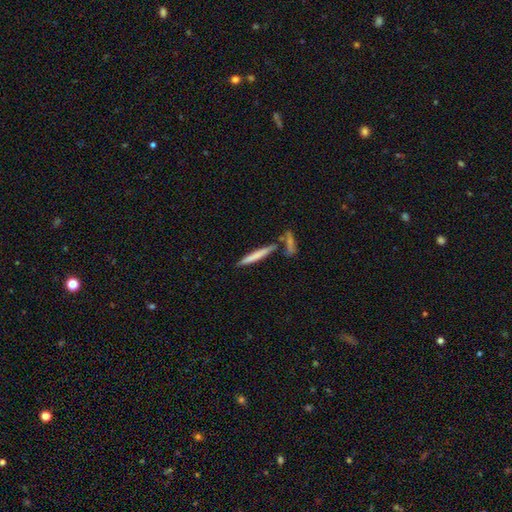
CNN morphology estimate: Smooth or featured? Predicted: smooth (p=0.68). How rounded? Predicted: cigar-shaped (p=0.94). Merging? Predicted: none (p=0.70).